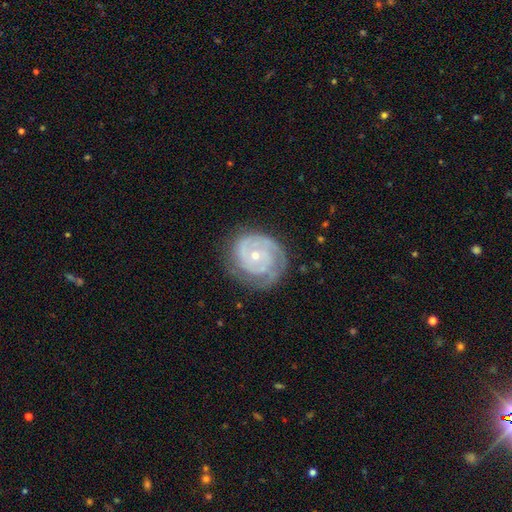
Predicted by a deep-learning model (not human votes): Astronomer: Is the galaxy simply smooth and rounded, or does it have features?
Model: featured or disk — 86%.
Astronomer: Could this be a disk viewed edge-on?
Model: no — 98%.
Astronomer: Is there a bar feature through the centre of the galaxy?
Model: no — 76%.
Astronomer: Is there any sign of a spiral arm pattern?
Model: yes — 96%.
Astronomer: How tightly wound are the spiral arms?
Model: tight — 74%.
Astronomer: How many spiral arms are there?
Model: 2 — 37% (runner-up: 3, 23%).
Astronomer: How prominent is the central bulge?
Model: small — 67%.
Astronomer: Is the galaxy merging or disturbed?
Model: none — 70%.